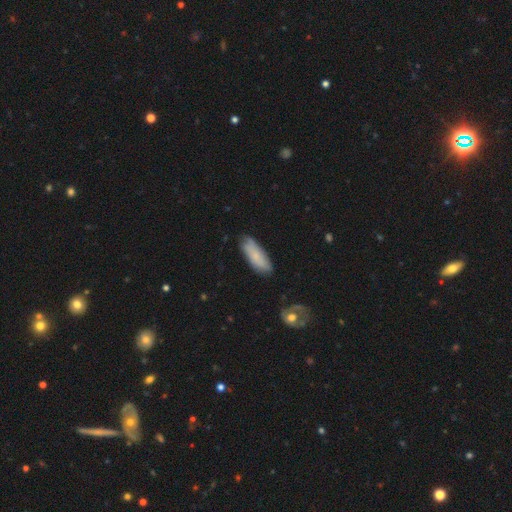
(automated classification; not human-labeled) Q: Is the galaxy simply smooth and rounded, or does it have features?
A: smooth — 73%.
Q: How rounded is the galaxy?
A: in between — 63%.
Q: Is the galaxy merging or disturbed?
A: none — 73%.